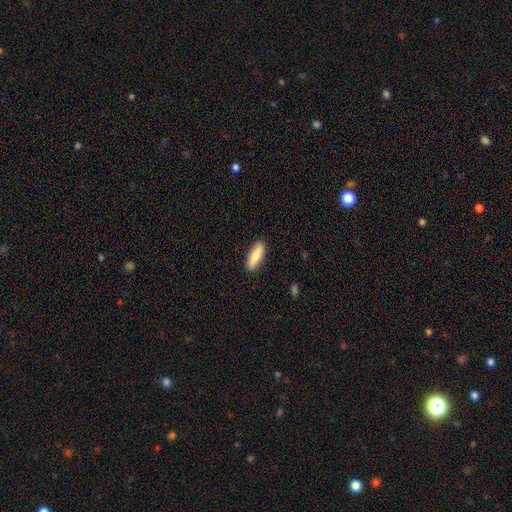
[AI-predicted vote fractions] Smooth or featured? smooth (80%)
How rounded? cigar-shaped (49%, tied with in between)
Merging? none (88%)